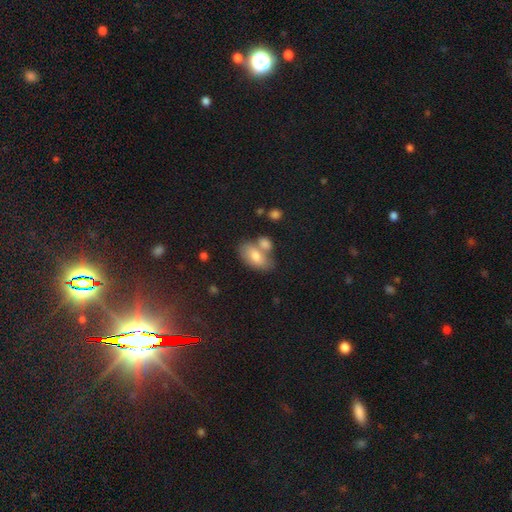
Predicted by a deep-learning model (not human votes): A smooth galaxy with no disk features (73%) that is in between round and cigar-shaped (91%).

Vote fractions:
- Smooth or featured? smooth: 73% / featured or disk: 20% / star or artifact: 7%
- How rounded? in between: 91% / round: 5% / cigar-shaped: 4%
- Merging? none: 44% / merger: 37% / minor disturbance: 14% / major disturbance: 5%